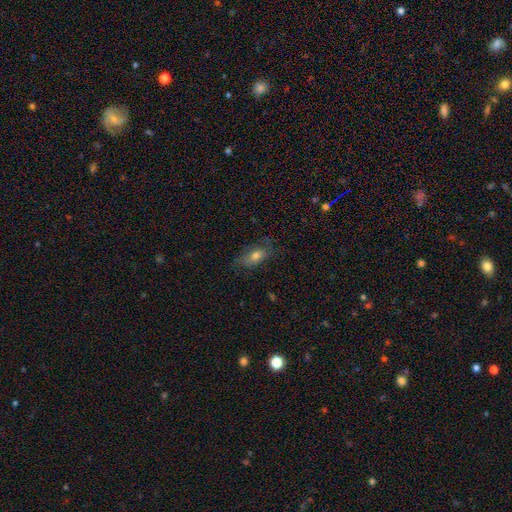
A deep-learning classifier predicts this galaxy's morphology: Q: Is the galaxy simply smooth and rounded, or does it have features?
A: smooth — 62%.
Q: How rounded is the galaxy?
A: in between — 81%.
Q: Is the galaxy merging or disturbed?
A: none — 67%.